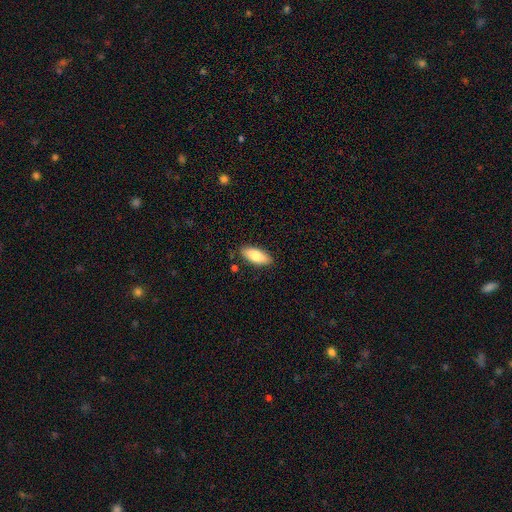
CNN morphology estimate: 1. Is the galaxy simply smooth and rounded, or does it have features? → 79% smooth, 15% featured or disk, 6% star or artifact.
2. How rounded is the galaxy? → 84% in between, 14% cigar-shaped, 2% round.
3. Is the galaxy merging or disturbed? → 86% none, 10% minor disturbance, 2% major disturbance, 2% merger.